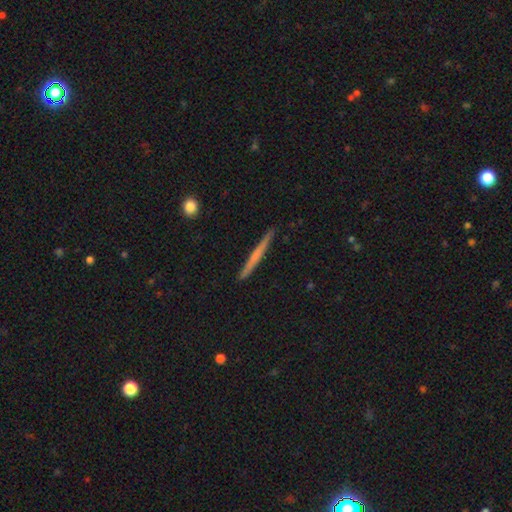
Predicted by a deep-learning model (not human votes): Morphology: type=smooth (48%); merging=none (91%).